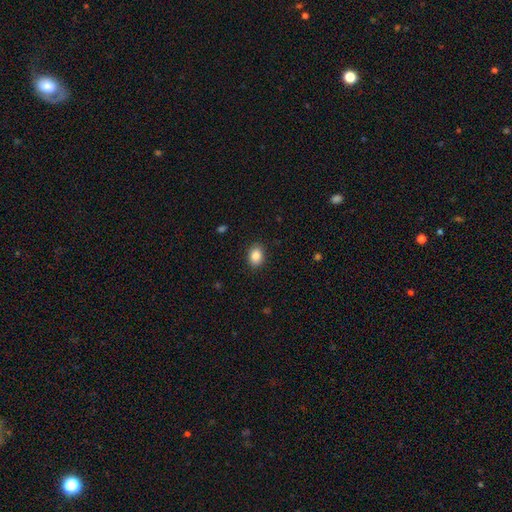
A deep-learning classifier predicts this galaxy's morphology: Q: Smooth or featured?
A: smooth (86%); runner-up: star or artifact (9%)
Q: How rounded?
A: in between (70%); runner-up: round (29%)
Q: Merging?
A: none (88%); runner-up: minor disturbance (8%)